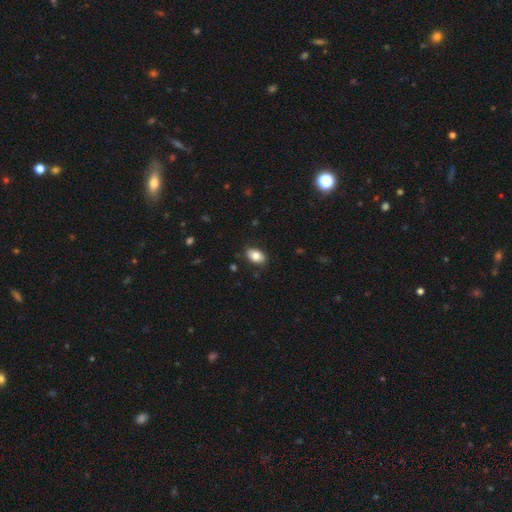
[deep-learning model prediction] Smooth or featured?
  - smooth: 80% *
  - featured or disk: 12%
  - star or artifact: 7%
How rounded?
  - in between: 90% *
  - round: 9%
  - cigar-shaped: 1%
Merging?
  - none: 86% *
  - minor disturbance: 11%
  - major disturbance: 2%
  - merger: 1%